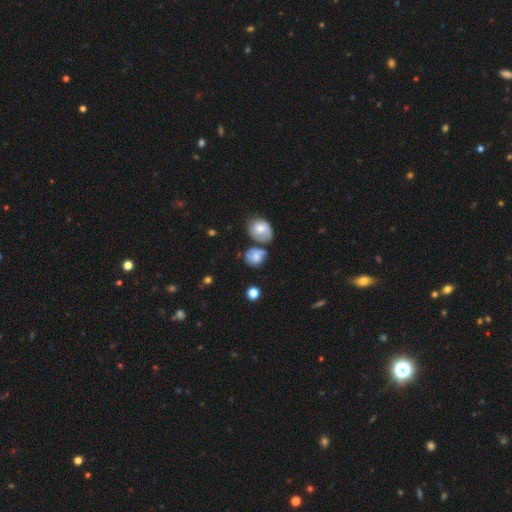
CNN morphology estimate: This appears to be a smooth galaxy with no disk features (70%) that is round (66%). Merging: none (42%).